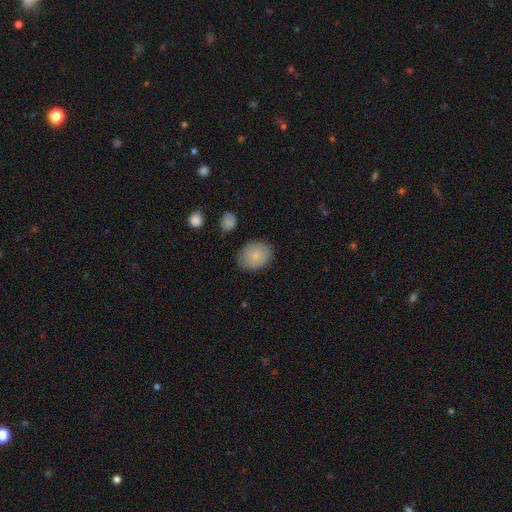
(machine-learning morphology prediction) The model was most divided on "how rounded": in between: 54%, round: 45%, cigar-shaped: 1%. More confident: merging — none (82%); smooth or featured — smooth (78%).